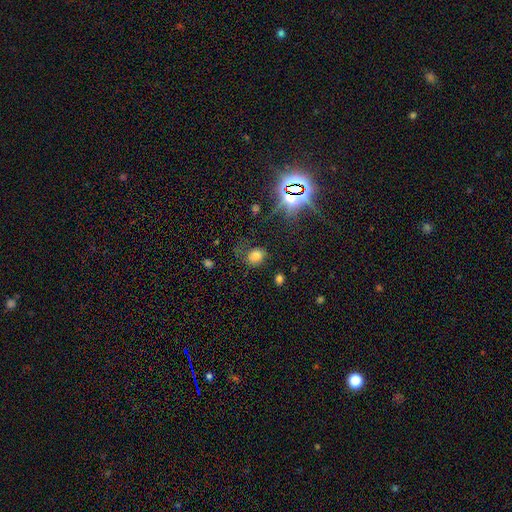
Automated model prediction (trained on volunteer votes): Smooth or featured: smooth — 73% (star or artifact — 18%)
How rounded: in between — 51% (round — 48%)
Merging: none — 65% (minor disturbance — 20%)